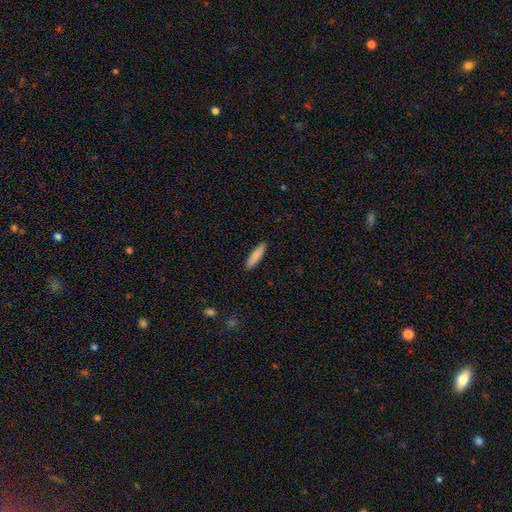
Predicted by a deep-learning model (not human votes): smooth 87%, featured or disk 8%, star or artifact 6%. Down the decision tree: how rounded — cigar-shaped (76%); merging — none (91%).